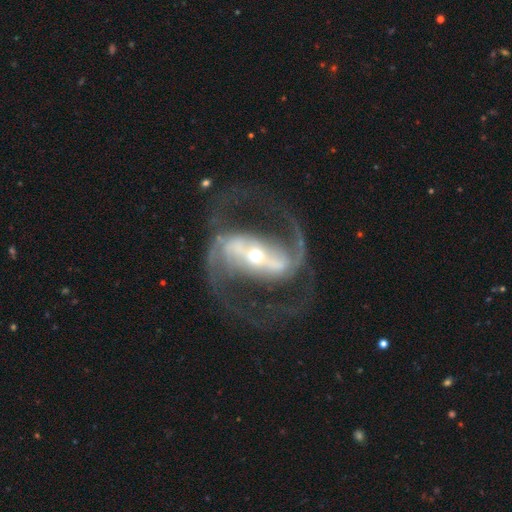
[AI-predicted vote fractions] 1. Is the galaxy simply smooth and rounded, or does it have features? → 92% featured or disk, 4% star or artifact, 3% smooth.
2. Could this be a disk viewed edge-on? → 97% no, 3% yes.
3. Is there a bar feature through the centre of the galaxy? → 71% strong, 19% weak, 10% no.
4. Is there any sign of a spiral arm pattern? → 97% yes, 3% no.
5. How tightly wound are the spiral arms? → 62% medium, 23% loose, 15% tight.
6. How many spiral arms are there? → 93% 2, 2% can't tell, 1% 3, 1% 1, 1% 4, 1% more than 4.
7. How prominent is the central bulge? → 48% moderate, 45% small, 5% large, 1% dominant, 1% none.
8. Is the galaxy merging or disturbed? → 74% none, 13% major disturbance, 11% minor disturbance, 2% merger.